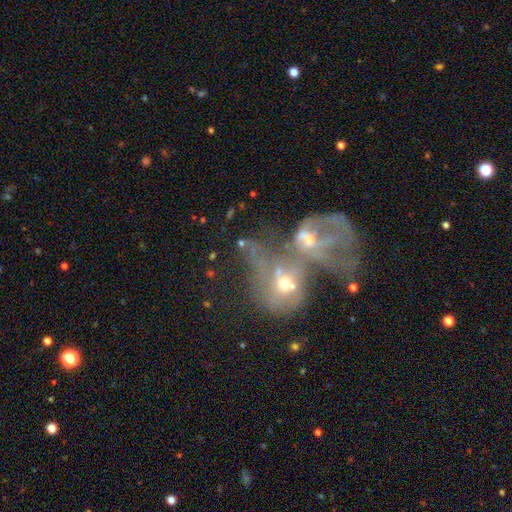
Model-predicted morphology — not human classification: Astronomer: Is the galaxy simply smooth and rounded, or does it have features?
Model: featured or disk — 53% (runner-up: smooth, 30%).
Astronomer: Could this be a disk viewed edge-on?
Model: no — 95%.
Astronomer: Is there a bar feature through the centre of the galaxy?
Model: no — 76%.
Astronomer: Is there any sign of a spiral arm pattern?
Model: no — 60% (runner-up: yes, 40%).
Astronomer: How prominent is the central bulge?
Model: moderate — 53% (runner-up: small, 30%).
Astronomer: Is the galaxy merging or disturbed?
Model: merger — 74%.